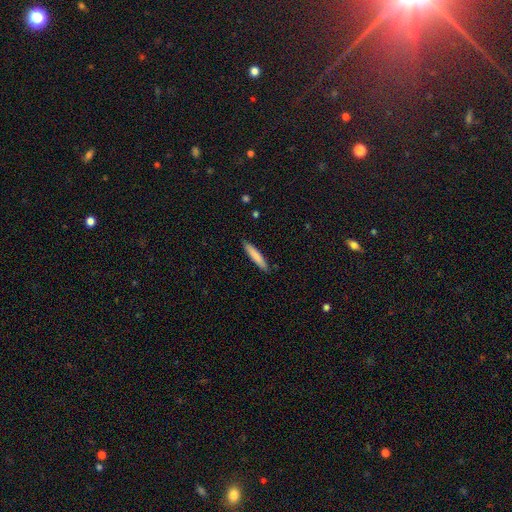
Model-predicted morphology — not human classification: A smooth galaxy with no disk features (81%) that is cigar-shaped (91%). Merging: none (89%).